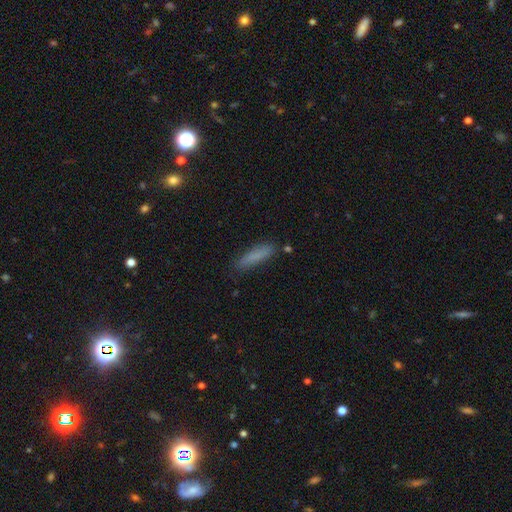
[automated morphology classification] Smooth or featured?
  - smooth: 82% *
  - featured or disk: 10%
  - star or artifact: 8%
How rounded?
  - cigar-shaped: 78% *
  - in between: 20%
  - round: 2%
Merging?
  - none: 81% *
  - minor disturbance: 14%
  - major disturbance: 3%
  - merger: 2%